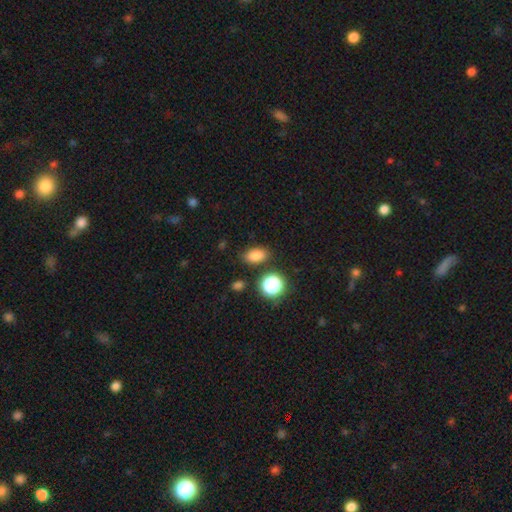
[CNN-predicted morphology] Q: Smooth or featured?
A: smooth (82%); runner-up: star or artifact (13%)
Q: How rounded?
A: in between (81%); runner-up: round (17%)
Q: Merging?
A: none (82%); runner-up: minor disturbance (10%)